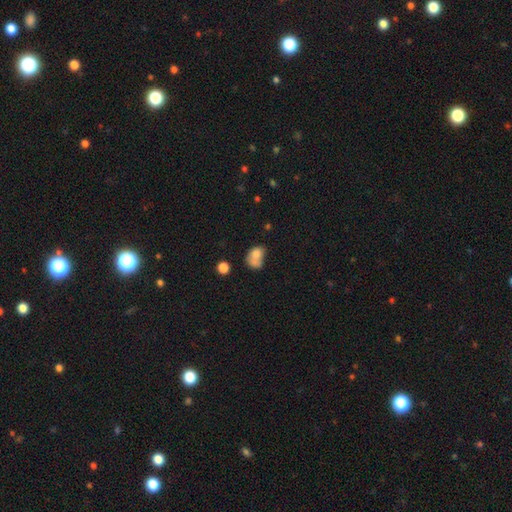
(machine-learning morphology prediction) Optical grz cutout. It shows a smooth galaxy with no disk features (73%) that is in between round and cigar-shaped (66%). Merging: merger (43%).